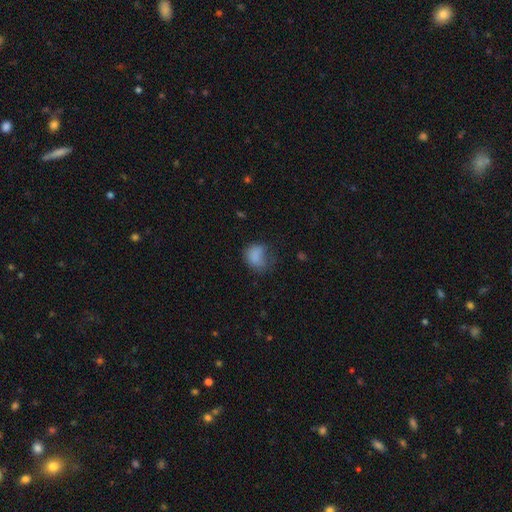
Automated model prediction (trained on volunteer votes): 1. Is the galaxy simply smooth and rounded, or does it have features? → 79% smooth, 11% star or artifact, 10% featured or disk.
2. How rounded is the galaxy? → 53% in between, 46% round, 1% cigar-shaped.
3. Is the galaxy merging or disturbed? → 38% none, 31% minor disturbance, 28% major disturbance, 3% merger.